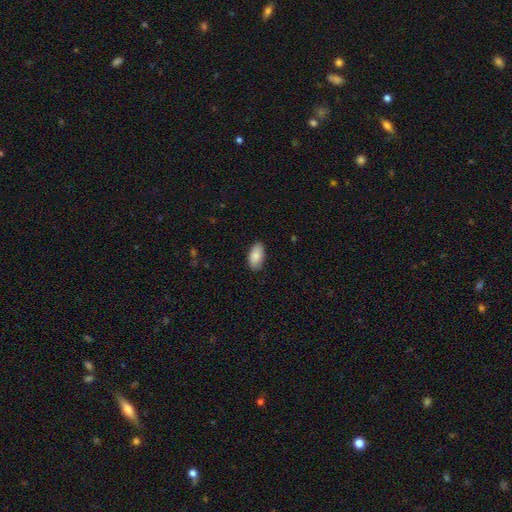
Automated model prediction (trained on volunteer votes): This is clearly a smooth galaxy (86%). How rounded: clearly in between (95%). Merging: clearly none (86%).